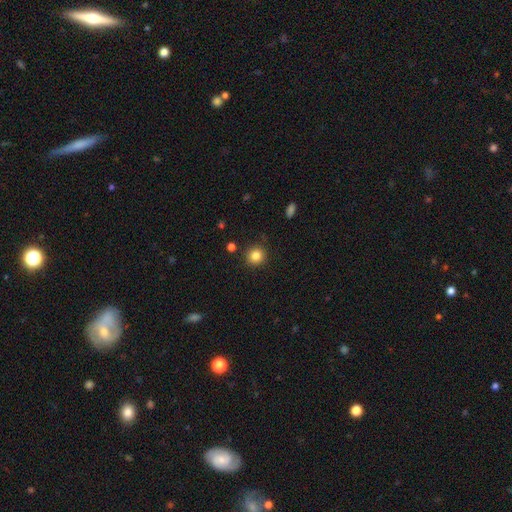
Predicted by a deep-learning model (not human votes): Overall: smooth (83%). How rounded: round (92%). Merging: none (89%).